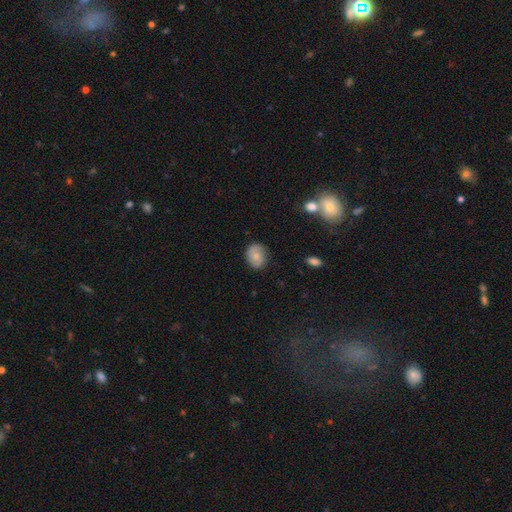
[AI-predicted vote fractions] A smooth galaxy with no disk features (70%) that is round (55%).

Vote fractions:
- Smooth or featured? smooth: 70% / featured or disk: 22% / star or artifact: 8%
- How rounded? round: 55% / in between: 44% / cigar-shaped: 1%
- Merging? none: 78% / minor disturbance: 17% / major disturbance: 4% / merger: 1%